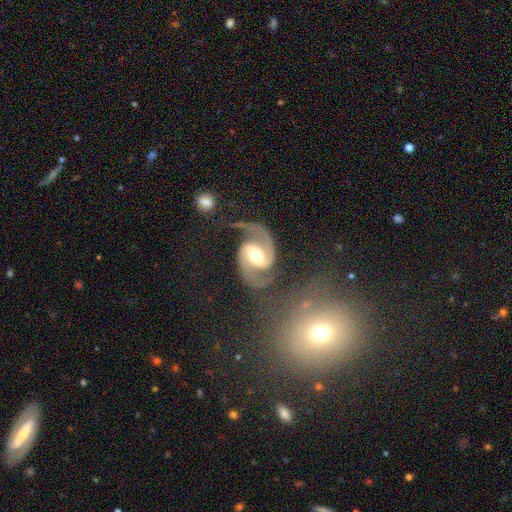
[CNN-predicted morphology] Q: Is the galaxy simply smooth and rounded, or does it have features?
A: featured or disk — 92%.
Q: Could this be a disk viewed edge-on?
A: no — 98%.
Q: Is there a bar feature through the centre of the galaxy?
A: weak — 43%.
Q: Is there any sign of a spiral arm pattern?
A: yes — 98%.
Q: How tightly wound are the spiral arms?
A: medium — 55%.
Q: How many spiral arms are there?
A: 2 — 94%.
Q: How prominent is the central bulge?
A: moderate — 69%.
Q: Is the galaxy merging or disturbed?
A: none — 68%.